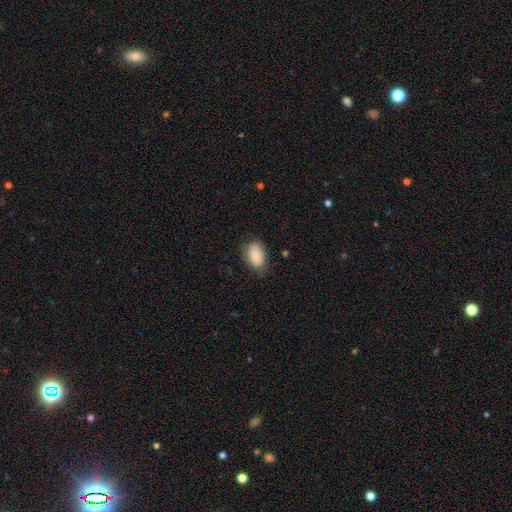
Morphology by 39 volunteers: smooth 85%, featured or disk 8%, star or artifact 8%. Down the decision tree: how rounded — in between (94%); merging — none (58%).